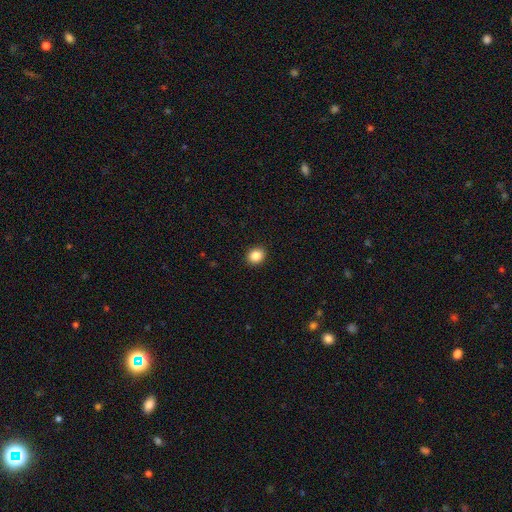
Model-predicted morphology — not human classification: Q: Smooth or featured?
A: smooth (86%); runner-up: star or artifact (10%)
Q: How rounded?
A: round (69%); runner-up: in between (30%)
Q: Merging?
A: none (92%); runner-up: minor disturbance (6%)